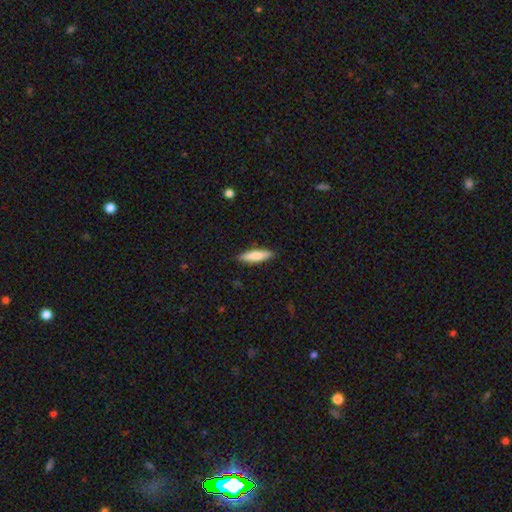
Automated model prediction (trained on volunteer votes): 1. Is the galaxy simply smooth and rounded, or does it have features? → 78% smooth, 17% featured or disk, 5% star or artifact.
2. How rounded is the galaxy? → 71% cigar-shaped, 27% in between, 2% round.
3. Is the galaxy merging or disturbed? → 89% none, 8% minor disturbance, 2% major disturbance, 1% merger.